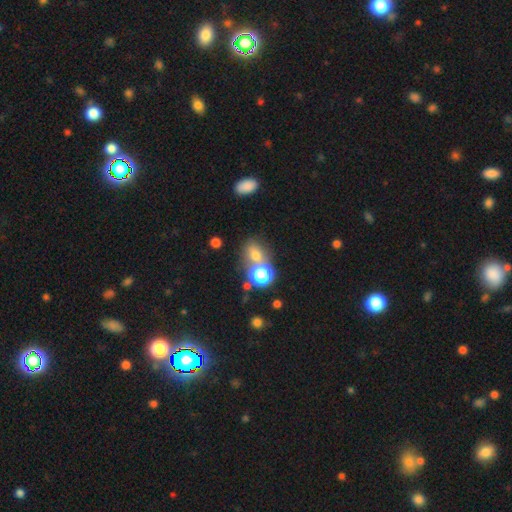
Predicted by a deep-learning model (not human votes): Smooth or featured?
  - smooth: 65% *
  - star or artifact: 22%
  - featured or disk: 13%
How rounded?
  - round: 53% *
  - in between: 46%
  - cigar-shaped: 2%
Merging?
  - none: 50% *
  - merger: 32%
  - minor disturbance: 12%
  - major disturbance: 6%